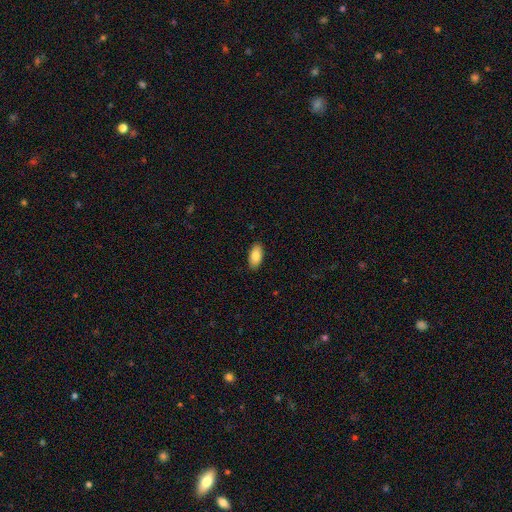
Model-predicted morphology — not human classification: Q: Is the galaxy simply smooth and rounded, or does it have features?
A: smooth — 85%.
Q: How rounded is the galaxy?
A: in between — 93%.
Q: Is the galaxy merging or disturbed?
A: none — 88%.